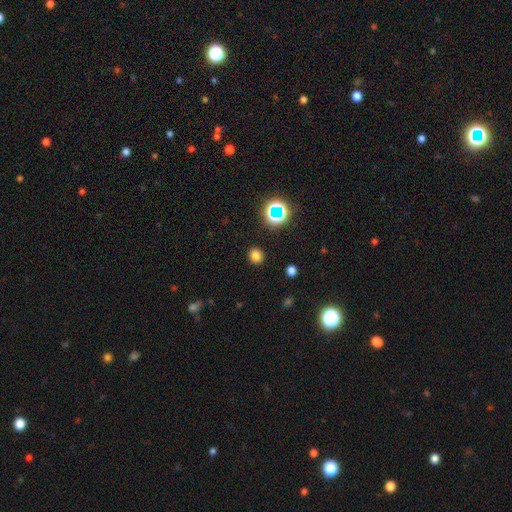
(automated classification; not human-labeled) A smooth galaxy with no disk features (77%) that is round (87%).

Vote fractions:
- Smooth or featured? smooth: 77% / star or artifact: 18% / featured or disk: 5%
- How rounded? round: 87% / in between: 12% / cigar-shaped: 1%
- Merging? none: 90% / minor disturbance: 6% / major disturbance: 2% / merger: 1%